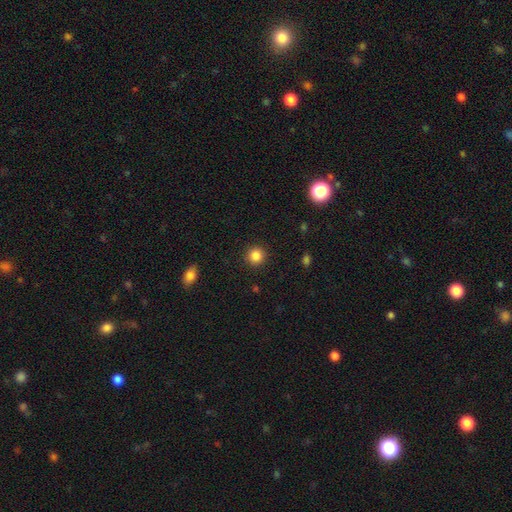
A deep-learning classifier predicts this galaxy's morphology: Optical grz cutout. It shows a smooth galaxy with no disk features (85%) that is round (94%). Merging: none (92%).